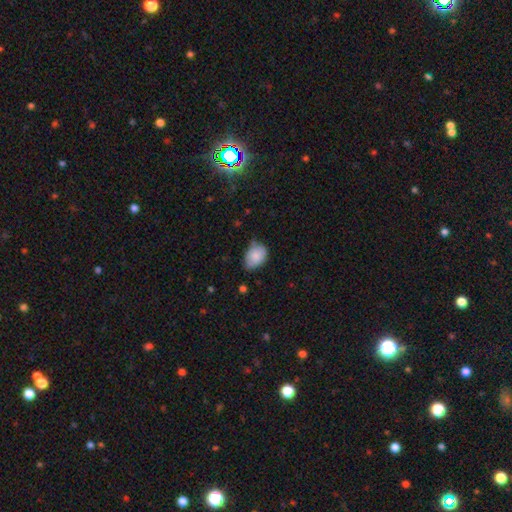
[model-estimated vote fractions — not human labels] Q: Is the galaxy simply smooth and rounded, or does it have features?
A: smooth — 83%.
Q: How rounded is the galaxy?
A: in between — 77%.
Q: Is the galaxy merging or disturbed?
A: none — 56%.